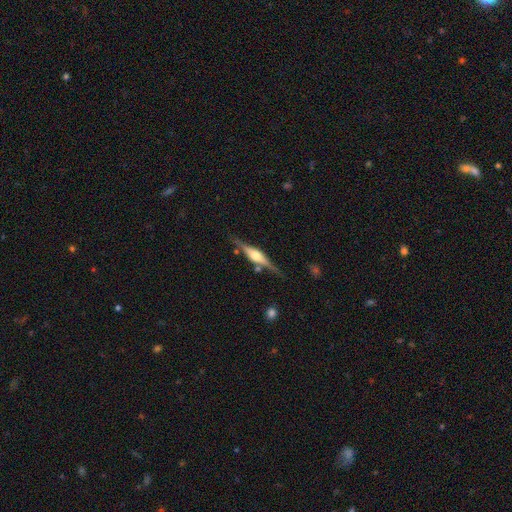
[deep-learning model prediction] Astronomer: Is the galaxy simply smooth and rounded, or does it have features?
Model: featured or disk — 78%.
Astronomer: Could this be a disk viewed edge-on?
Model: yes — 97%.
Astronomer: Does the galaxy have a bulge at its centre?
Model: rounded — 85%.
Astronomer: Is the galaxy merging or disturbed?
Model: none — 79%.